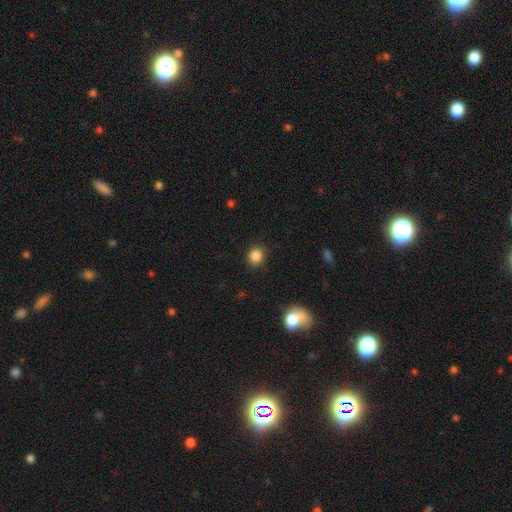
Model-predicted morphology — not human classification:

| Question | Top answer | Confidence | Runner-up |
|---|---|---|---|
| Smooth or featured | smooth | 86% | star or artifact (11%) |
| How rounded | round | 79% | in between (20%) |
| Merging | none | 88% | minor disturbance (8%) |